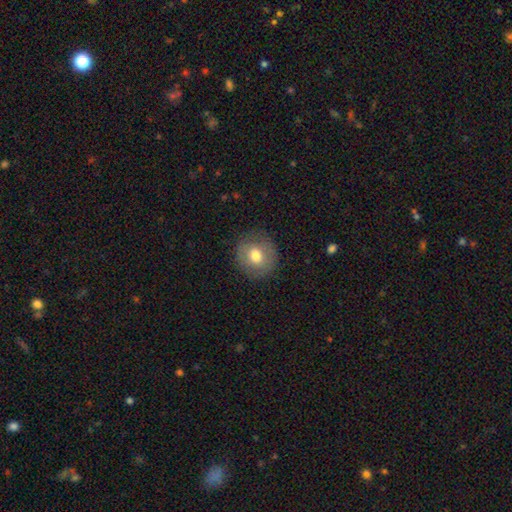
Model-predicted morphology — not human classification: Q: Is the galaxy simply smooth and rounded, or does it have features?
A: smooth — 71%.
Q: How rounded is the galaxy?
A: round — 86%.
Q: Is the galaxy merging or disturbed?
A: none — 85%.